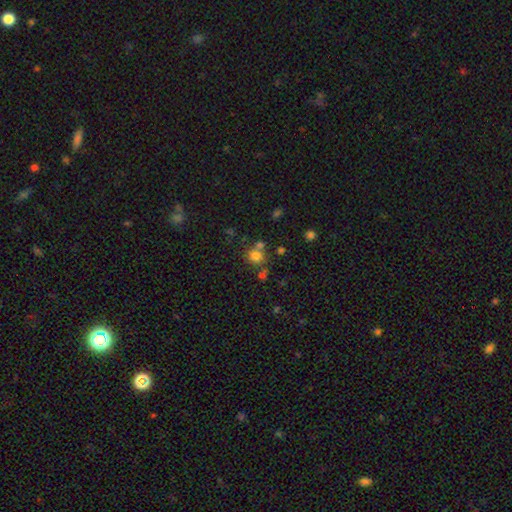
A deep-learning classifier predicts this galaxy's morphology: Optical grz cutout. It shows a smooth galaxy with no disk features (75%) that is round (82%). Merging: none (61%).